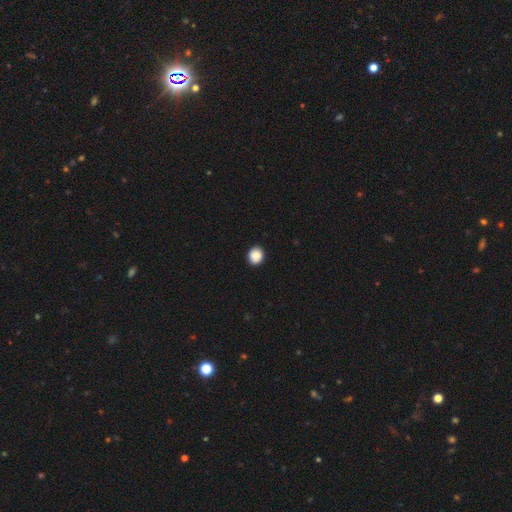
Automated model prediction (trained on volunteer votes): A smooth galaxy with no disk features (89%) that is round (77%).

Vote fractions:
- Smooth or featured? smooth: 89% / star or artifact: 8% / featured or disk: 3%
- How rounded? round: 77% / in between: 22% / cigar-shaped: 1%
- Merging? none: 92% / minor disturbance: 6% / major disturbance: 2% / merger: 1%